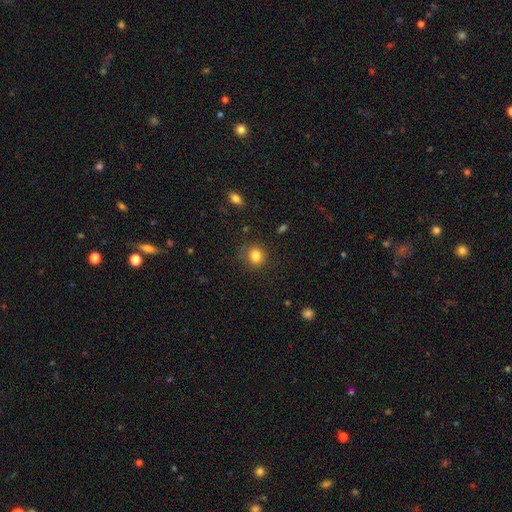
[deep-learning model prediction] smooth-or-featured: smooth: 83% | star or artifact: 11% | featured or disk: 6%
  how-rounded: round: 84% | in between: 15% | cigar-shaped: 1%
  merging: none: 82% | minor disturbance: 13% | major disturbance: 4% | merger: 2%